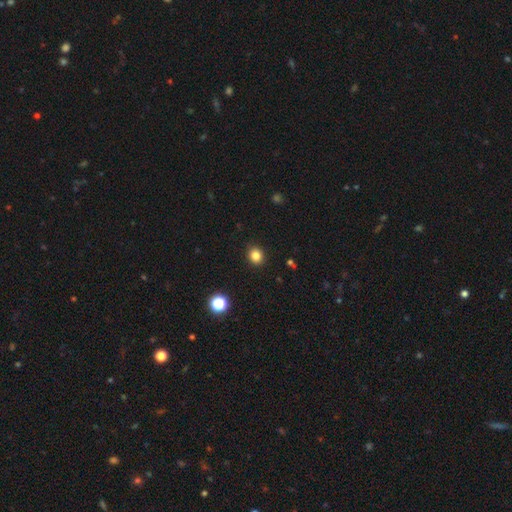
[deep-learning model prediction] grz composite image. It shows a smooth galaxy with no disk features (83%) that is round (75%). Merging: none (90%).